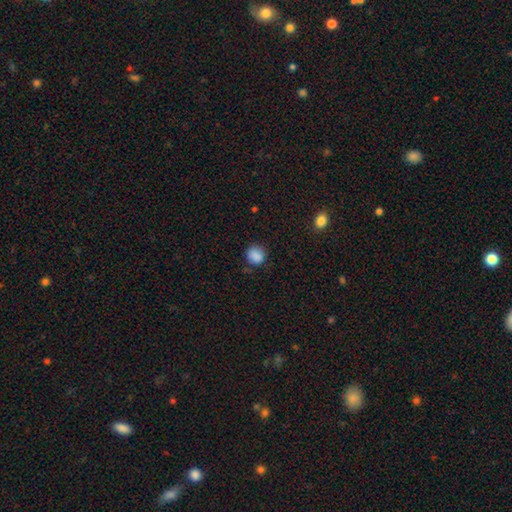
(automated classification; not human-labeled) A smooth galaxy with no disk features (87%) that is round (80%).

Vote fractions:
- Smooth or featured? smooth: 87% / star or artifact: 10% / featured or disk: 4%
- How rounded? round: 80% / in between: 19% / cigar-shaped: 1%
- Merging? none: 77% / minor disturbance: 17% / major disturbance: 4% / merger: 2%